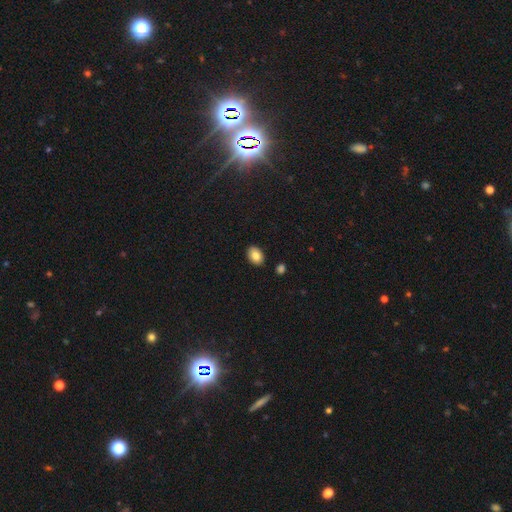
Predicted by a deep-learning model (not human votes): Morphology: type=smooth (85%); roundness=in between (84%); merging=none (88%).